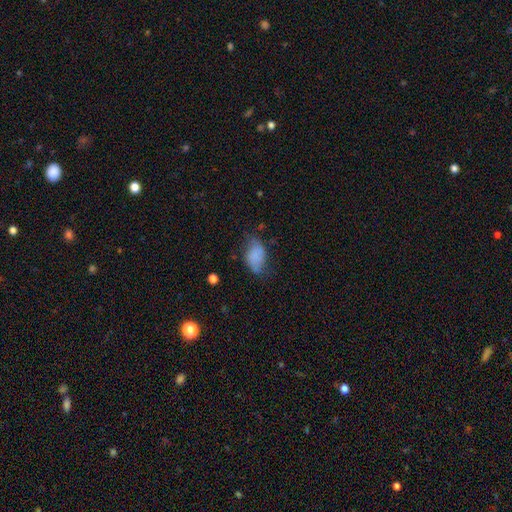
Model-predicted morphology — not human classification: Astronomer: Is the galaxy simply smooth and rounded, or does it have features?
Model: smooth — 73%.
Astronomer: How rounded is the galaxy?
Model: in between — 91%.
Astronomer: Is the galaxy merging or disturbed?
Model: none — 49% (runner-up: minor disturbance, 34%).